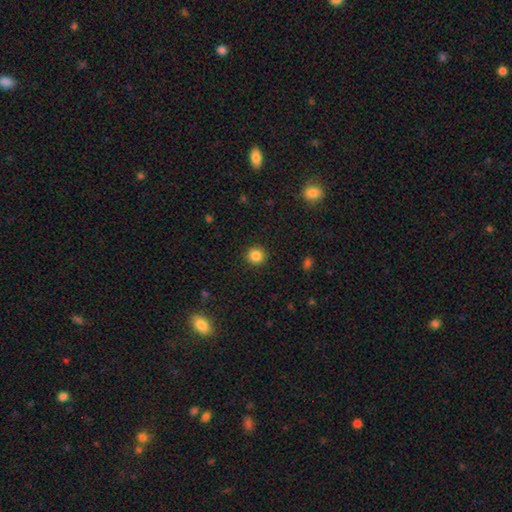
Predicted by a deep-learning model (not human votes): A smooth galaxy with no disk features (85%) that is round (93%). Merging: none (92%).